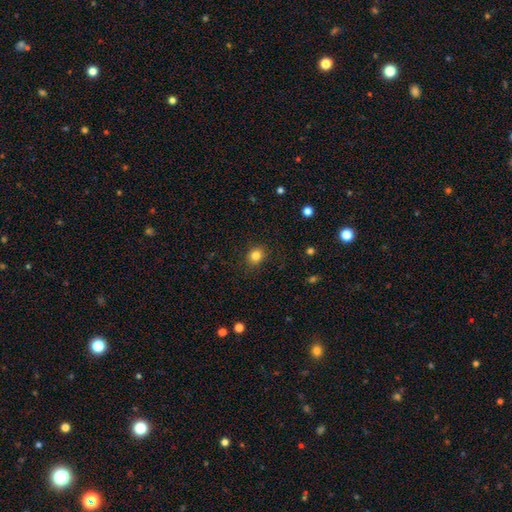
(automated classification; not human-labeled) Smooth or featured? smooth (84%)
How rounded? round (74%)
Merging? none (88%)